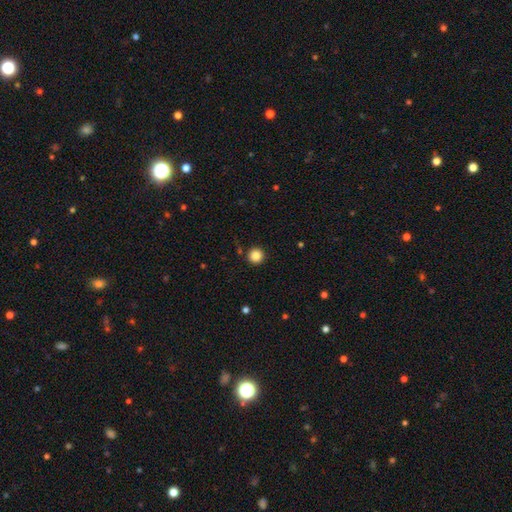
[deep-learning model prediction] The model was most divided on "smooth or featured": smooth: 86%, star or artifact: 11%, featured or disk: 3%. More confident: how rounded — round (96%); merging — none (91%).